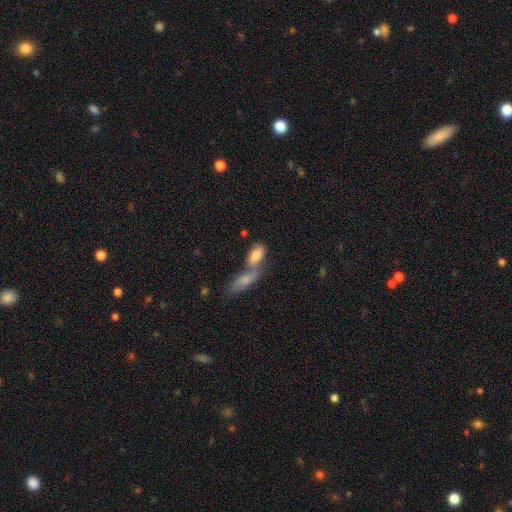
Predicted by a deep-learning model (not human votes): smooth-or-featured: smooth: 79% | featured or disk: 13% | star or artifact: 7%
  how-rounded: in between: 87% | cigar-shaped: 9% | round: 4%
  merging: merger: 67% | none: 22% | minor disturbance: 7% | major disturbance: 4%